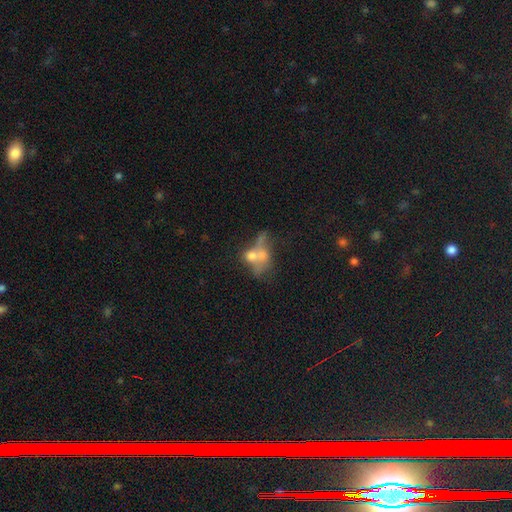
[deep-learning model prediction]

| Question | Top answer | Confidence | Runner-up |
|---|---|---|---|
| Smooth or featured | smooth | 50% | featured or disk (37%) |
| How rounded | in between | 58% | round (39%) |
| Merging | merger | 59% | none (16%) |